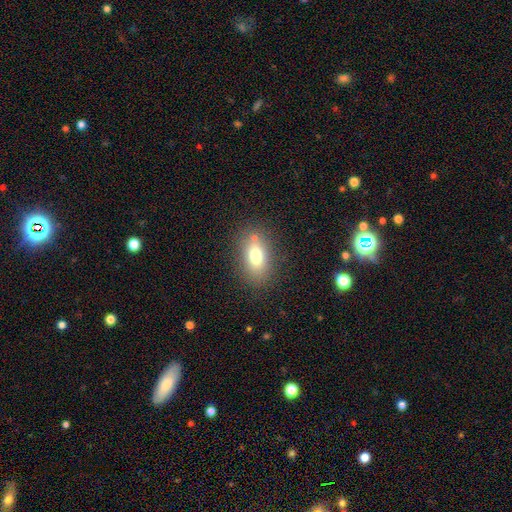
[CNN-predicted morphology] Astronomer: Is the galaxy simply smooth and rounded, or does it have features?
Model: smooth — 74%.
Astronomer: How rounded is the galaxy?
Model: in between — 84%.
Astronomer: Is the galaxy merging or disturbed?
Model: none — 78%.